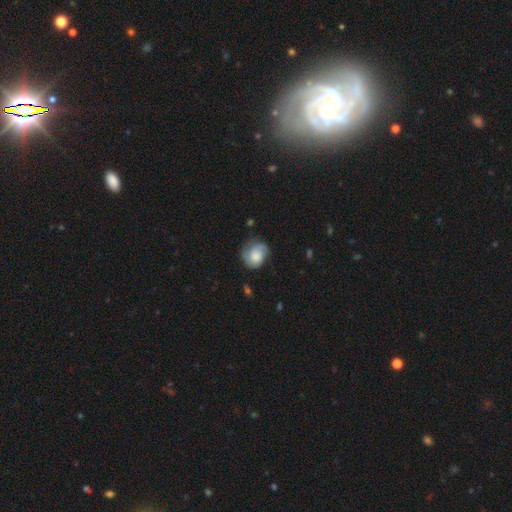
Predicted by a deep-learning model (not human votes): This appears to be a smooth galaxy with no disk features (49%). Merging: none (61%).